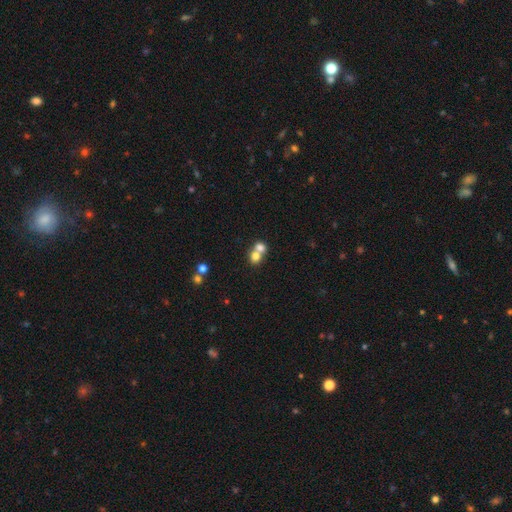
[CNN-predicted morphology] This appears to be a smooth galaxy with no disk features (74%) that is round (74%). Merging: merger (64%).